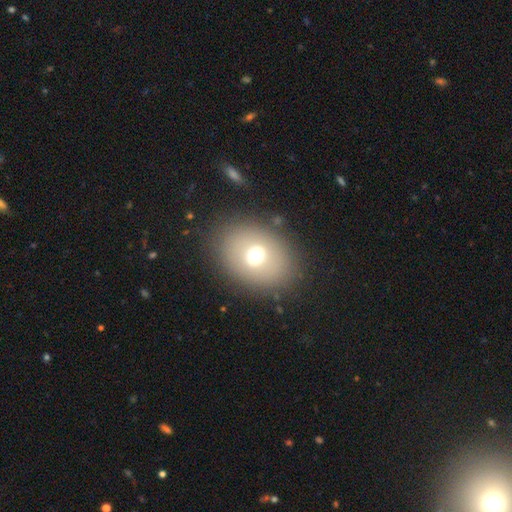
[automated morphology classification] Overall: smooth (65%). How rounded: in between (58%; round 41%). Merging: none (83%).